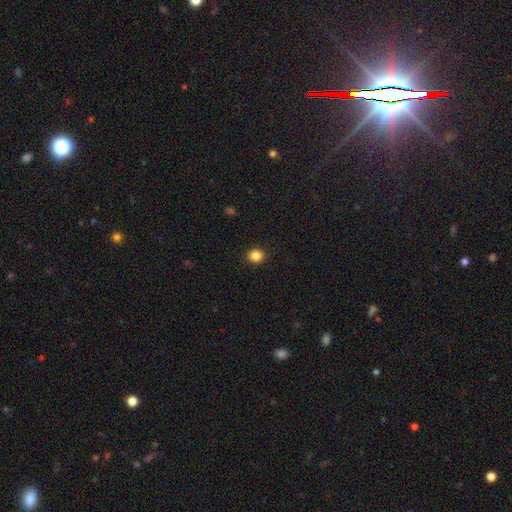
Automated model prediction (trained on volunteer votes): smooth-or-featured: smooth: 85% | star or artifact: 11% | featured or disk: 4%
  how-rounded: round: 85% | in between: 14% | cigar-shaped: 1%
  merging: none: 92% | minor disturbance: 5% | major disturbance: 2% | merger: 1%